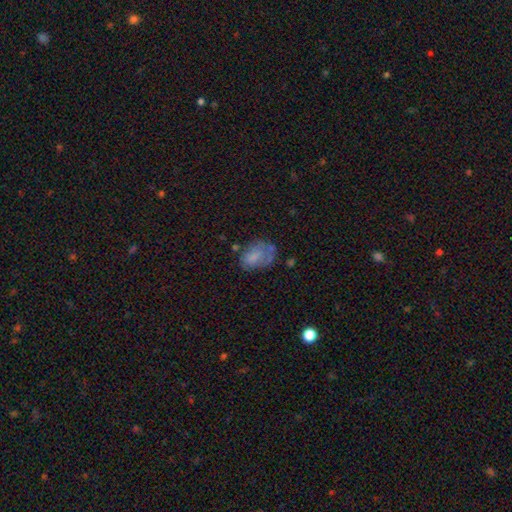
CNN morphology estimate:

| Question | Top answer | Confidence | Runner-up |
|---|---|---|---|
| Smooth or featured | smooth | 64% | featured or disk (25%) |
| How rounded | in between | 81% | round (18%) |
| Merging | none | 45% | minor disturbance (28%) |